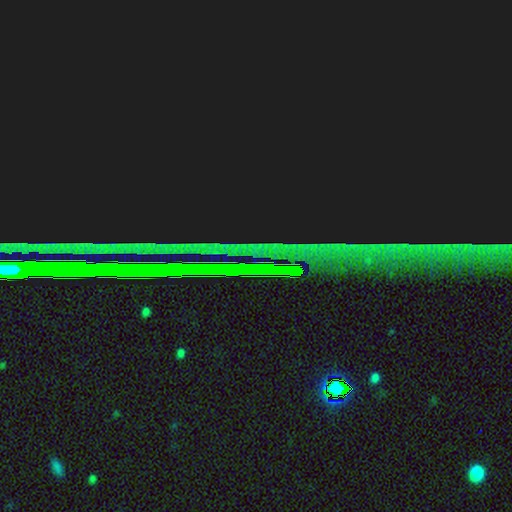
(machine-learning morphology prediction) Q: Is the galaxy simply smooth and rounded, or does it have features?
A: star or artifact — 85%.